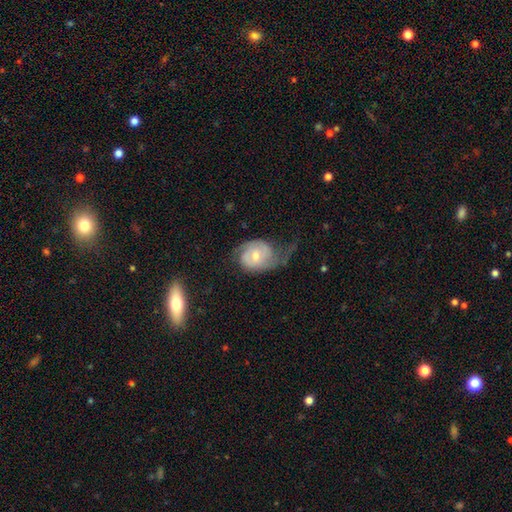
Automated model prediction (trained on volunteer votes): Q: Smooth or featured?
A: featured or disk (72%); runner-up: smooth (22%)
Q: Edge-on disk?
A: no (97%); runner-up: yes (3%)
Q: Bar?
A: no (61%); runner-up: weak (32%)
Q: Spiral arms?
A: yes (90%); runner-up: no (10%)
Q: Spiral winding?
A: medium (37%); runner-up: loose (33%)
Q: Spiral arm count?
A: 2 (67%); runner-up: 1 (15%)
Q: Bulge size?
A: moderate (53%); runner-up: small (42%)
Q: Merging?
A: major disturbance (37%); runner-up: none (36%)